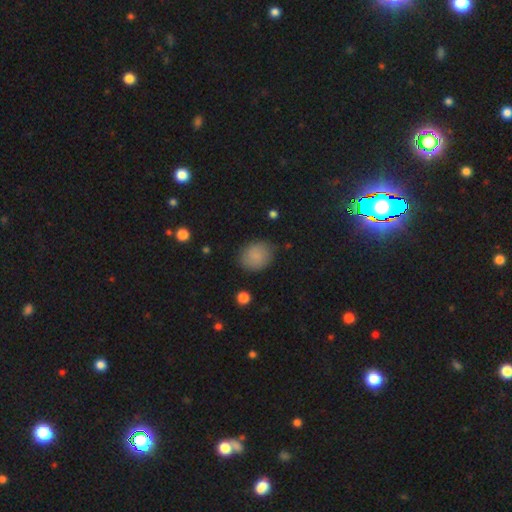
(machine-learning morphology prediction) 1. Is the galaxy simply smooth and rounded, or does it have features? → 83% smooth, 9% star or artifact, 7% featured or disk.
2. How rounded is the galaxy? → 62% round, 37% in between, 1% cigar-shaped.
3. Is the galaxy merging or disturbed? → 80% none, 15% minor disturbance, 4% major disturbance, 2% merger.